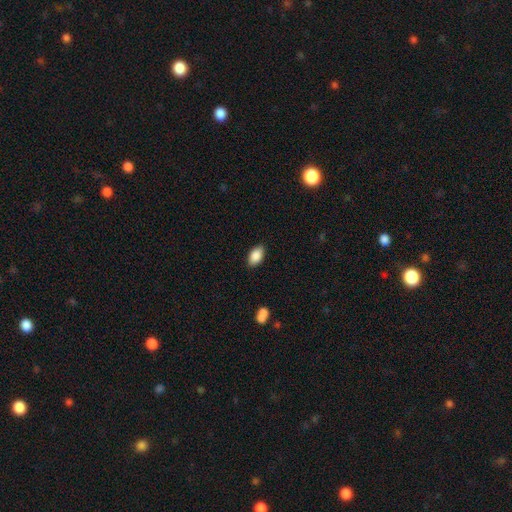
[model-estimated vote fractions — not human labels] smooth 88%, star or artifact 7%, featured or disk 6%. Down the decision tree: how rounded — in between (93%); merging — none (86%).